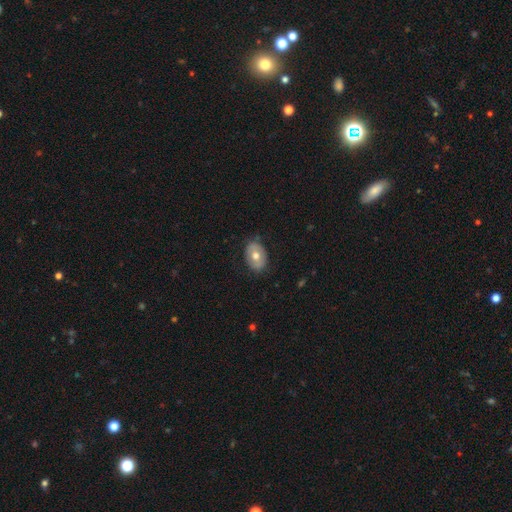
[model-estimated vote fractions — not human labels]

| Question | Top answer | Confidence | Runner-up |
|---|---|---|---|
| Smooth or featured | smooth | 62% | featured or disk (32%) |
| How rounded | in between | 76% | round (23%) |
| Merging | none | 80% | minor disturbance (16%) |